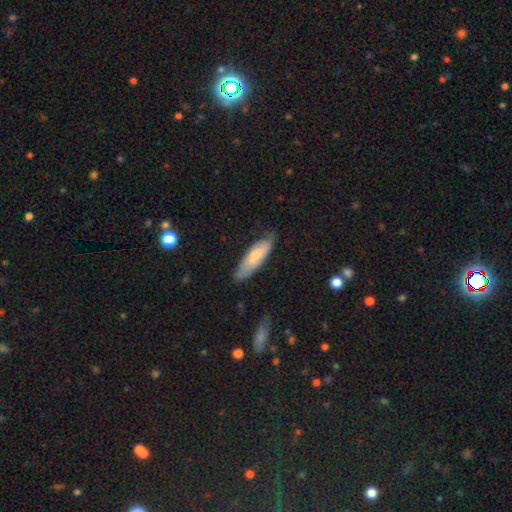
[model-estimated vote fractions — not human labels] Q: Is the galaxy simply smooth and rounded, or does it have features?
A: smooth — 65%.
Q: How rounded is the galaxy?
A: in between — 52%.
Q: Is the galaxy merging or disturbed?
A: none — 68%.